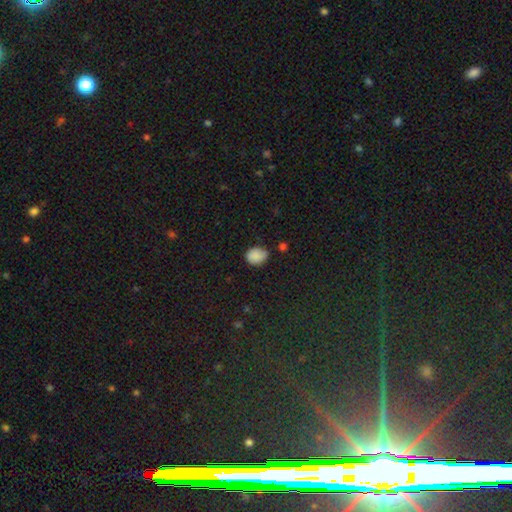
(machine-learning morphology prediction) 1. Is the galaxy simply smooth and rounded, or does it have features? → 85% smooth, 9% star or artifact, 6% featured or disk.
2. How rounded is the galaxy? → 53% in between, 46% round, 1% cigar-shaped.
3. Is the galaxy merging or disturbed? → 60% none, 31% minor disturbance, 5% major disturbance, 3% merger.